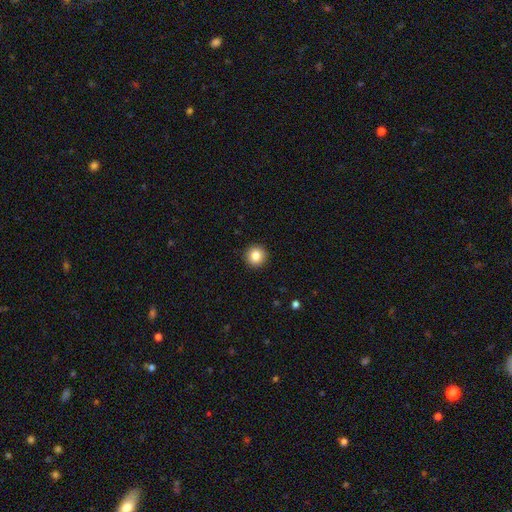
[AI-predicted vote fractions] Overall: smooth (84%). How rounded: round (95%). Merging: none (93%).